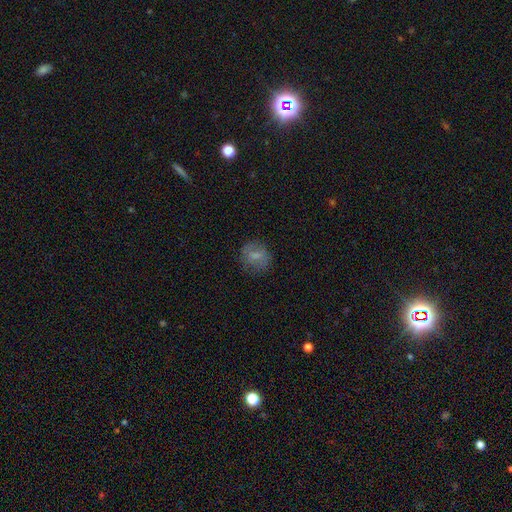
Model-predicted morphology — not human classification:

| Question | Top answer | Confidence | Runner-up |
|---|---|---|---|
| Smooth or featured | smooth | 68% | featured or disk (21%) |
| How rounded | round | 70% | in between (29%) |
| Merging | none | 75% | minor disturbance (16%) |